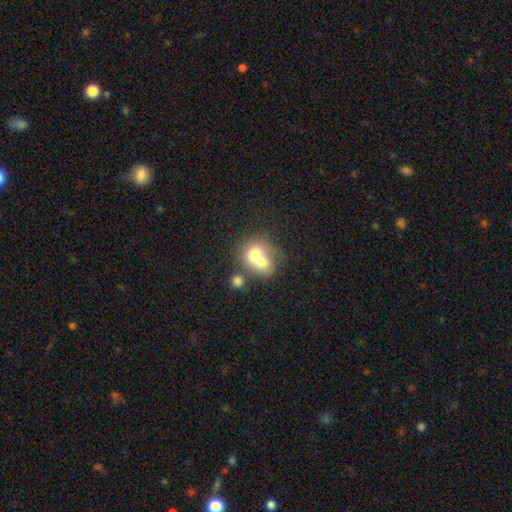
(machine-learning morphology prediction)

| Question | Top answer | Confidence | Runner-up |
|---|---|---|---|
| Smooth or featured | smooth | 66% | featured or disk (25%) |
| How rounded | round | 61% | in between (38%) |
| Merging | merger | 68% | none (21%) |